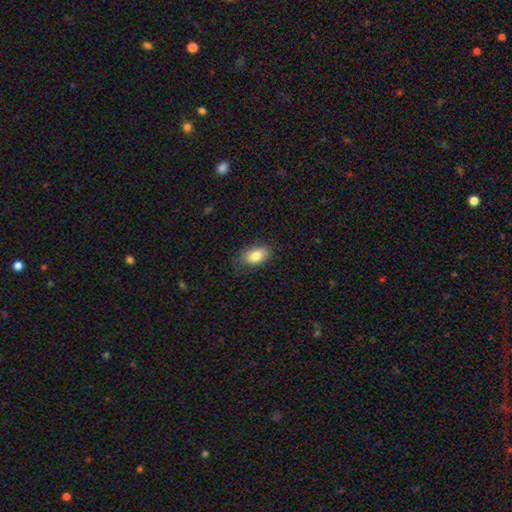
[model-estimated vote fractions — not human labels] This appears to be a smooth galaxy with no disk features (82%) that is in between round and cigar-shaped (89%). Merging: none (75%).